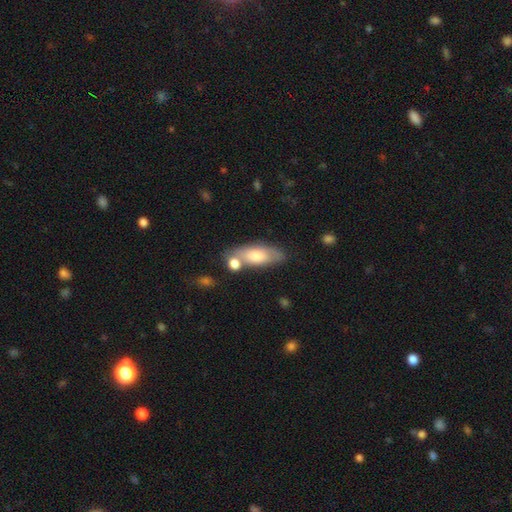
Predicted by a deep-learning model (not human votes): This is likely a smooth galaxy (67%). How rounded: likely in between (72%). Merging: likely none (61%).